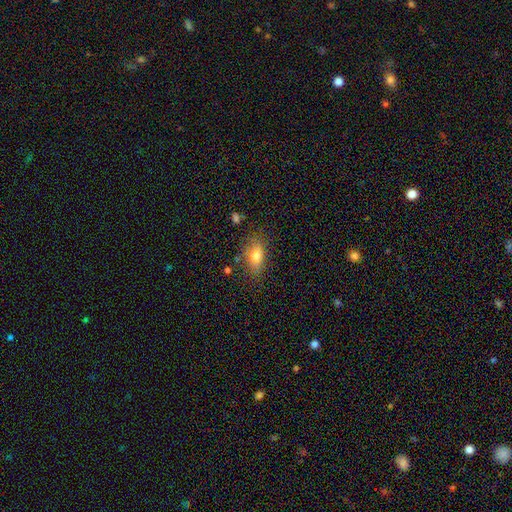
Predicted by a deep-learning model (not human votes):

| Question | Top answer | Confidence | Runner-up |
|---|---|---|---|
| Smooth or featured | smooth | 78% | featured or disk (14%) |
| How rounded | in between | 85% | round (7%) |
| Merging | none | 74% | minor disturbance (17%) |